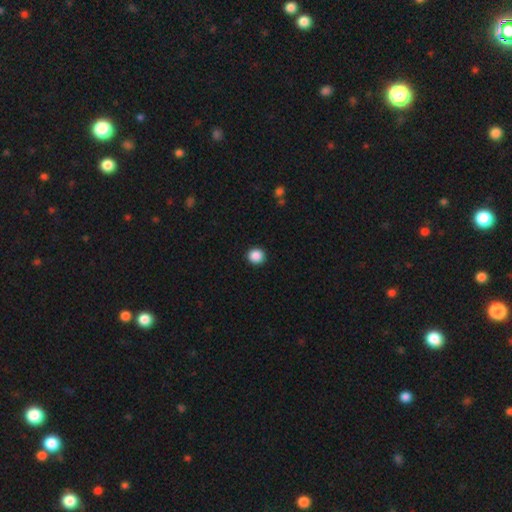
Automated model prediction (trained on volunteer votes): This is clearly a smooth galaxy (88%). How rounded: clearly round (93%). Merging: clearly none (93%).